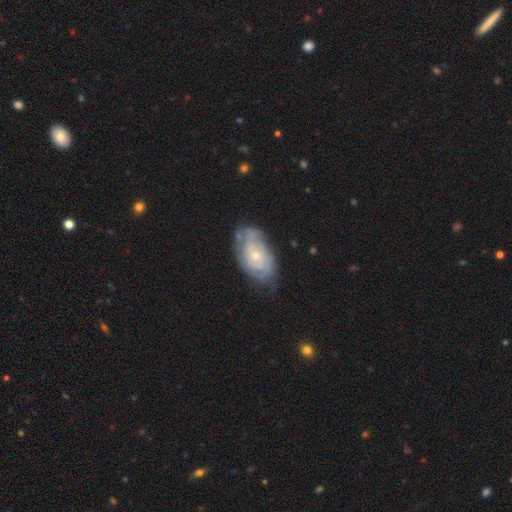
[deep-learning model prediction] Smooth or featured?
  - featured or disk: 74% *
  - smooth: 21%
  - star or artifact: 6%
Edge-on disk?
  - no: 95% *
  - yes: 5%
Bar?
  - no: 74% *
  - weak: 22%
  - strong: 3%
Spiral arms?
  - yes: 84% *
  - no: 16%
Spiral winding?
  - tight: 60% *
  - medium: 30%
  - loose: 10%
Spiral arm count?
  - can't tell: 48% *
  - 2: 26%
  - 3: 13%
  - 4: 6%
  - 1: 4%
  - more than 4: 4%
Bulge size?
  - small: 61% *
  - moderate: 35%
  - none: 2%
  - large: 2%
  - dominant: 1%
Merging?
  - none: 64% *
  - minor disturbance: 24%
  - major disturbance: 8%
  - merger: 3%